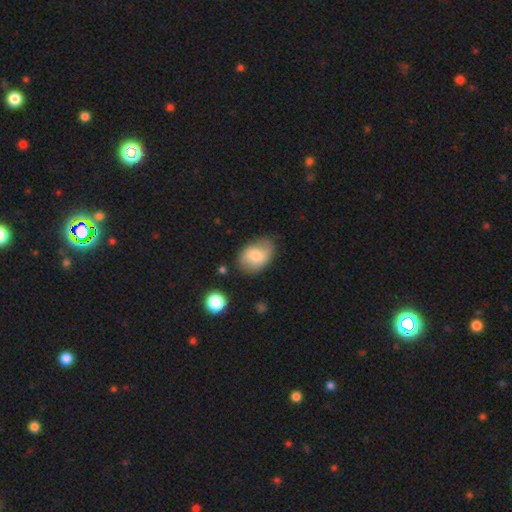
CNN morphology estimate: Q: Smooth or featured?
A: smooth (72%); runner-up: featured or disk (20%)
Q: How rounded?
A: in between (82%); runner-up: round (16%)
Q: Merging?
A: none (68%); runner-up: minor disturbance (23%)